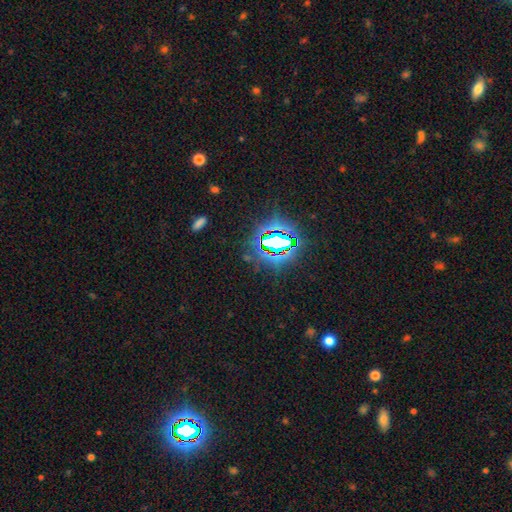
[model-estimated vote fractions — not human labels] smooth_or_featured: star or artifact (p=0.83) [alt: smooth p=0.10]